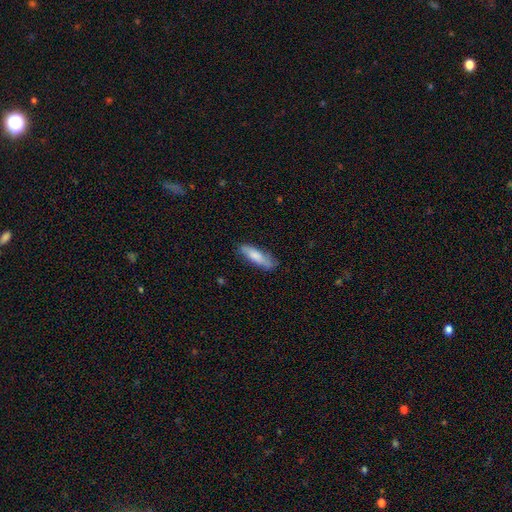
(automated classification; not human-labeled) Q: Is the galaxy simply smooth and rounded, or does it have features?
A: smooth — 78%.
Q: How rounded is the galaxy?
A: cigar-shaped — 61%.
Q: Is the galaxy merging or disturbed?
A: none — 74%.